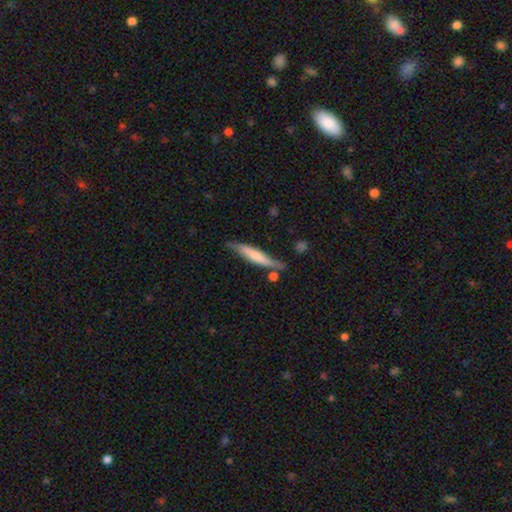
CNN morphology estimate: A smooth galaxy with no disk features (56%) that is cigar-shaped (88%). Merging: none (66%).